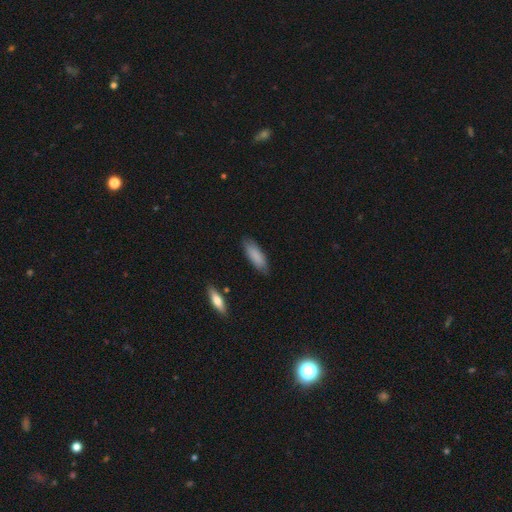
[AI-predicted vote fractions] This appears to be a smooth galaxy with no disk features (85%) that is in between round and cigar-shaped (59%). Merging: none (82%).